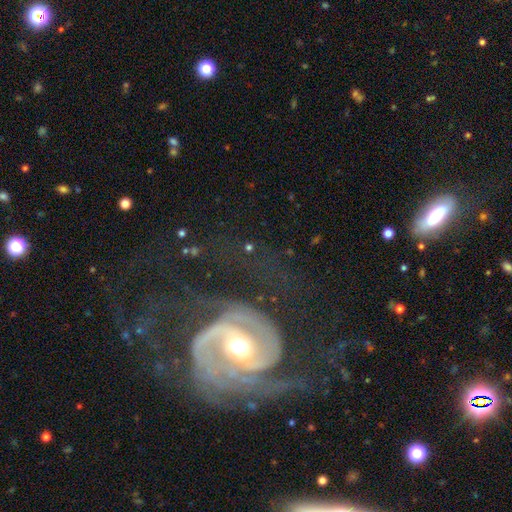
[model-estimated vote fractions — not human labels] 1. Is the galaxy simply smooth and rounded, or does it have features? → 87% featured or disk, 7% star or artifact, 6% smooth.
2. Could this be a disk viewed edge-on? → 97% no, 3% yes.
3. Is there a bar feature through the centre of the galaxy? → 38% weak, 34% no, 28% strong.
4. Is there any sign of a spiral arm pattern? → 94% yes, 6% no.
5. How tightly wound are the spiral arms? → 44% medium, 38% tight, 18% loose.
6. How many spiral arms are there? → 60% 2, 13% can't tell, 12% 3, 7% 1, 4% 4, 4% more than 4.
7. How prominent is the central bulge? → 70% moderate, 18% small, 9% large, 1% dominant, 1% none.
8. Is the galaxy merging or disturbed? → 50% none, 29% major disturbance, 17% minor disturbance, 4% merger.